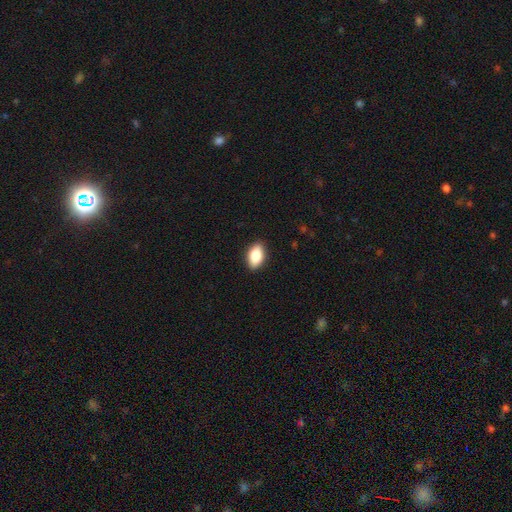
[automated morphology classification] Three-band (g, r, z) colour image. It shows a smooth galaxy with no disk features (84%) that is in between round and cigar-shaped (91%). Merging: none (89%).